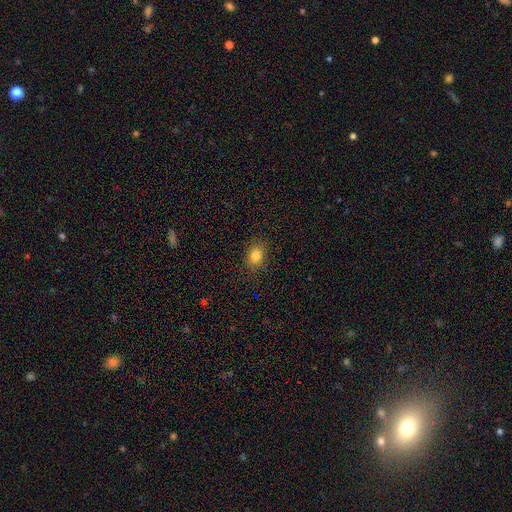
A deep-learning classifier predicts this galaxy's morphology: type=smooth (84%); roundness=in between (62%); merging=none (84%).